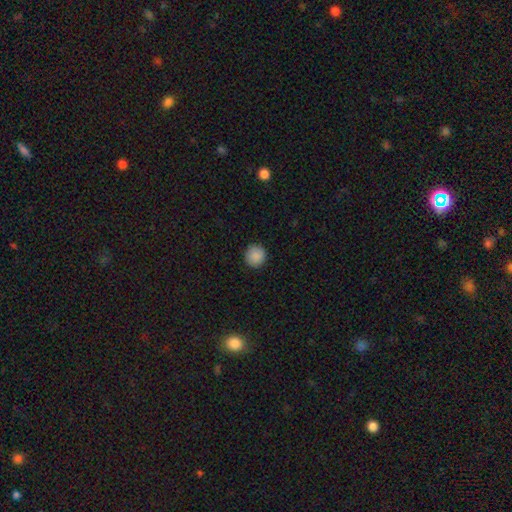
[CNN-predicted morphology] Smooth or featured: smooth — 88% (star or artifact — 9%)
How rounded: round — 94% (in between — 5%)
Merging: none — 91% (minor disturbance — 6%)